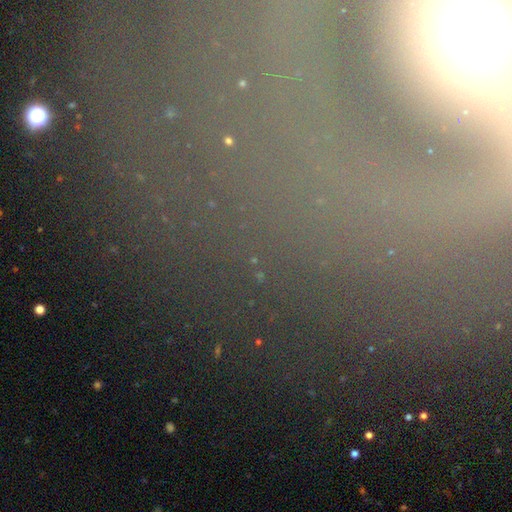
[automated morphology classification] Q: Smooth or featured?
A: star or artifact (57%); runner-up: featured or disk (25%)